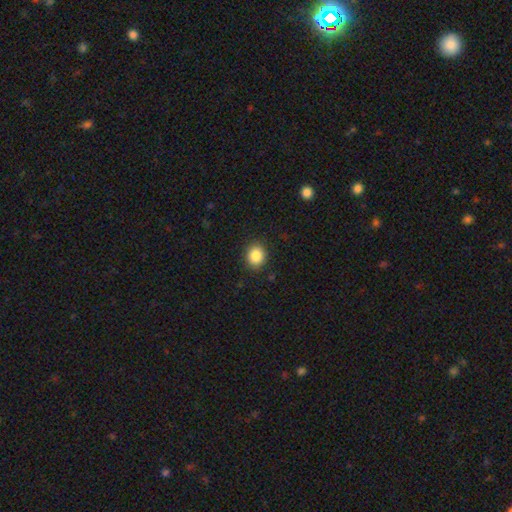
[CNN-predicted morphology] Smooth or featured? smooth (86%)
How rounded? round (73%)
Merging? none (90%)